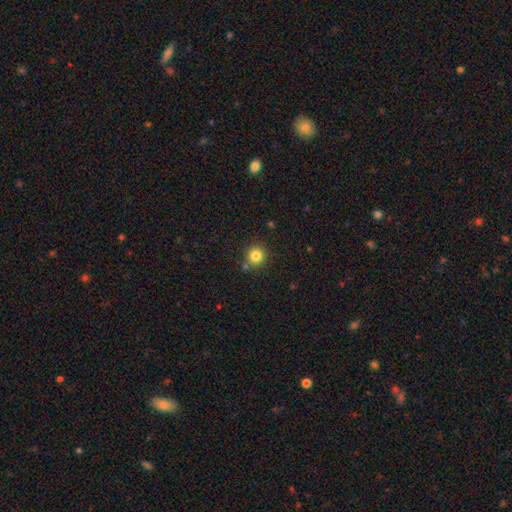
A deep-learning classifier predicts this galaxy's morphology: The model was most divided on "smooth or featured": smooth: 82%, star or artifact: 12%, featured or disk: 6%. More confident: how rounded — round (92%); merging — none (82%).